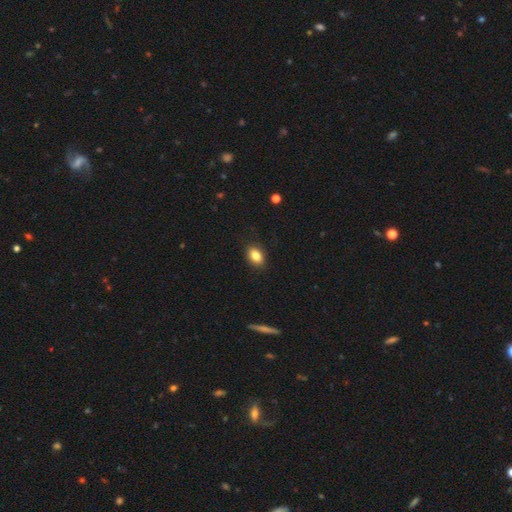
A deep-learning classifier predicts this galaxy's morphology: The model was most divided on "how rounded": in between: 83%, round: 16%, cigar-shaped: 2%. More confident: merging — none (87%); smooth or featured — smooth (84%).